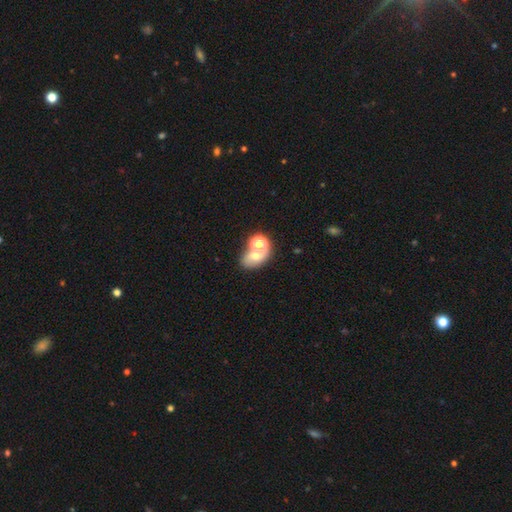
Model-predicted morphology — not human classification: This is possibly a smooth galaxy (57%). How rounded: likely in between (64%). Merging: possibly merger (47%).